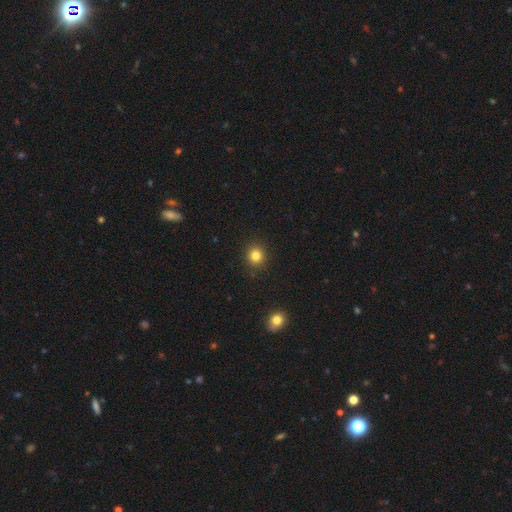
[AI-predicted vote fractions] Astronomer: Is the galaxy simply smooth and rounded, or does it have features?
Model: smooth — 82%.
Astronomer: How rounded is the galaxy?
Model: round — 88%.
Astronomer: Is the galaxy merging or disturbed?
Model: none — 91%.